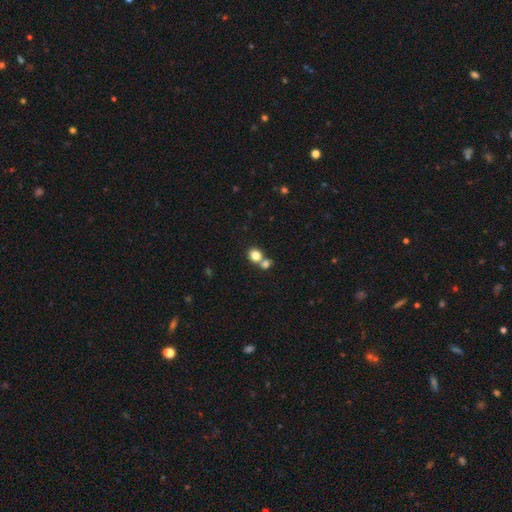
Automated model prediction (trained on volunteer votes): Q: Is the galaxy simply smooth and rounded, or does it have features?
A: smooth — 81%.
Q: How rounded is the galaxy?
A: round — 73%.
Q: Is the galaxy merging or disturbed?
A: none — 46%.